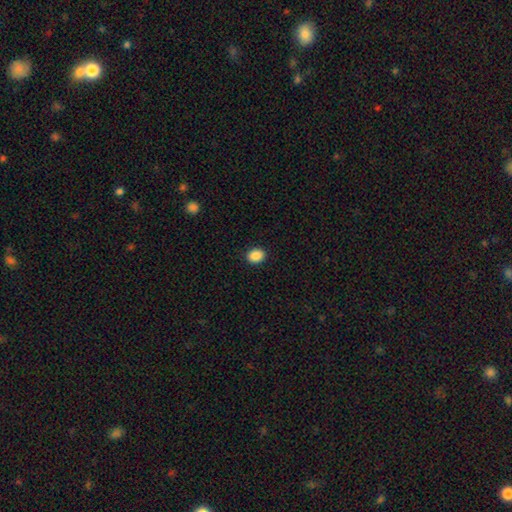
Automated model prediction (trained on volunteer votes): This appears to be a smooth galaxy with no disk features (89%) that is in between round and cigar-shaped (51%). Merging: none (91%).